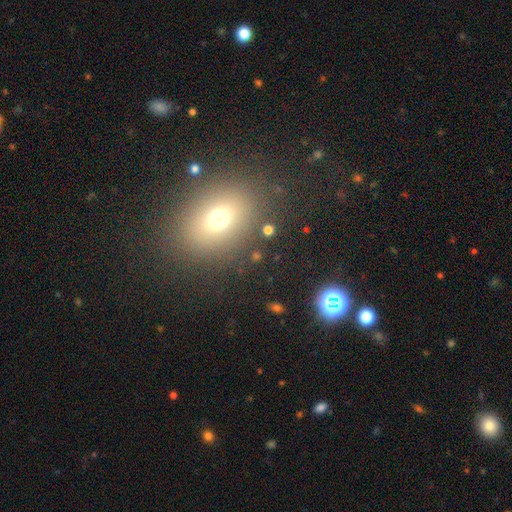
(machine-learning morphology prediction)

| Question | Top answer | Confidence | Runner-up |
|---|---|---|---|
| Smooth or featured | smooth | 62% | star or artifact (26%) |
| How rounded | in between | 52% | round (45%) |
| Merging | none | 81% | minor disturbance (10%) |